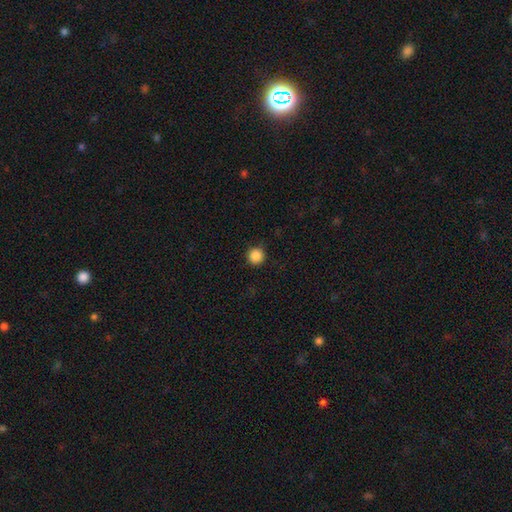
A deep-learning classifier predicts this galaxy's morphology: A smooth galaxy with no disk features (87%) that is round (96%). Merging: none (91%).